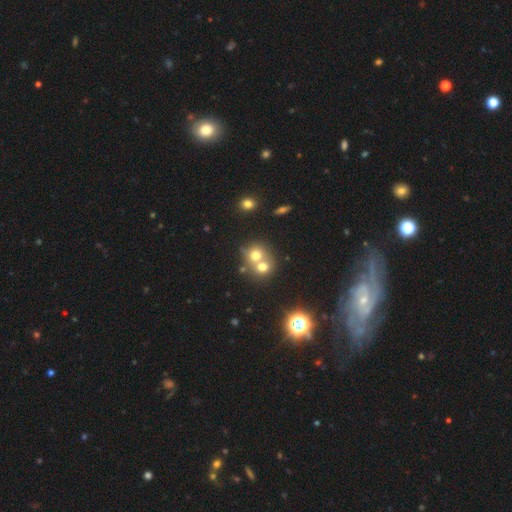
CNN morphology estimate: A smooth galaxy with no disk features (67%) that is round (79%).

Vote fractions:
- Smooth or featured? smooth: 67% / featured or disk: 19% / star or artifact: 14%
- How rounded? round: 79% / in between: 20% / cigar-shaped: 1%
- Merging? merger: 60% / none: 32% / minor disturbance: 6% / major disturbance: 3%